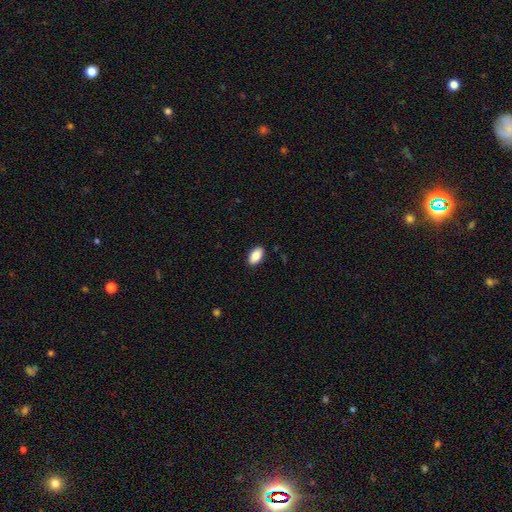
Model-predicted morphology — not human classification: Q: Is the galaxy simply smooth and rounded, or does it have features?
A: smooth — 89%.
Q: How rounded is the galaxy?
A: in between — 94%.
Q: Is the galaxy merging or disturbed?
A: none — 89%.